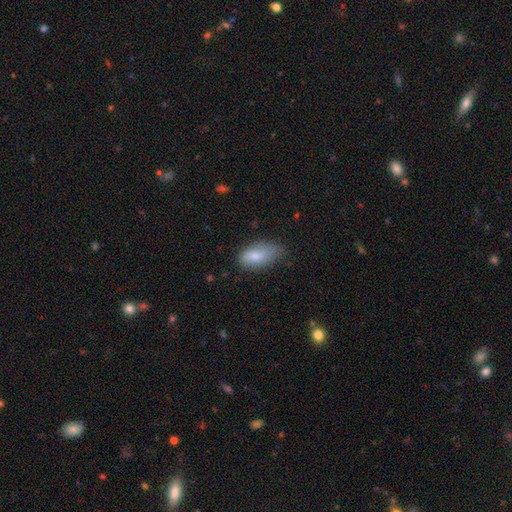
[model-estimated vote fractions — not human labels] Morphology: type=smooth (79%); roundness=in between (91%); merging=none (57%).